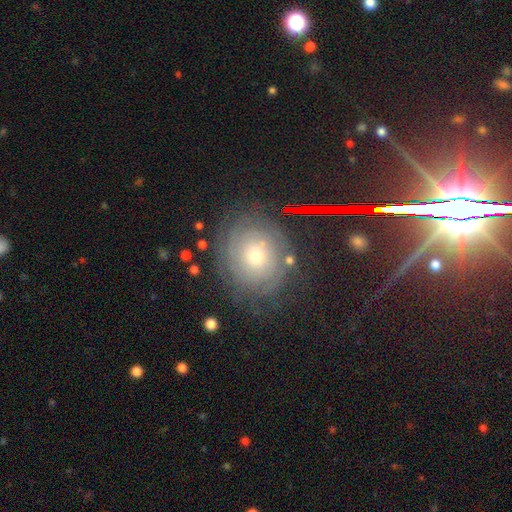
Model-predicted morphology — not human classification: smooth-or-featured: featured or disk: 59% | smooth: 24% | star or artifact: 17%
  disk-edge-on: no: 95% | yes: 5%
    bar: no: 82% | weak: 14% | strong: 4%
    has-spiral-arms: yes: 81% | no: 19%
    bulge-size: small: 49% | moderate: 45% | large: 3% | dominant: 1% | none: 1%
  merging: none: 77% | minor disturbance: 14% | major disturbance: 7% | merger: 2%